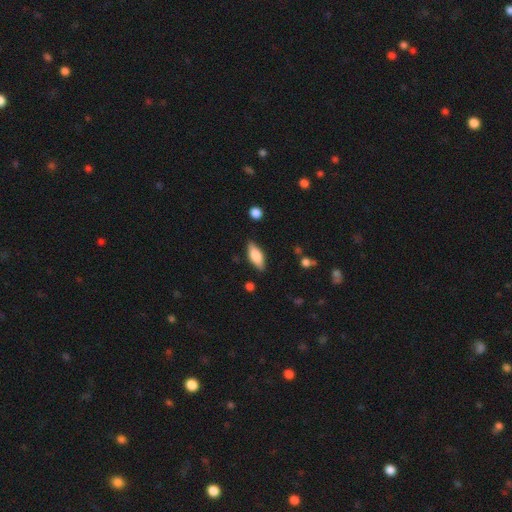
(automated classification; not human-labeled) Smooth or featured?
  - smooth: 66% *
  - featured or disk: 27%
  - star or artifact: 7%
How rounded?
  - in between: 73% *
  - cigar-shaped: 24%
  - round: 3%
Merging?
  - none: 84% *
  - minor disturbance: 12%
  - major disturbance: 3%
  - merger: 2%